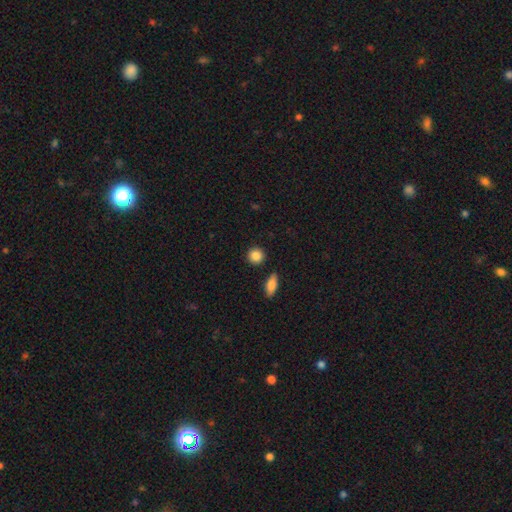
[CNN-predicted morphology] This appears to be a smooth galaxy with no disk features (87%) that is round (88%). Merging: none (88%).